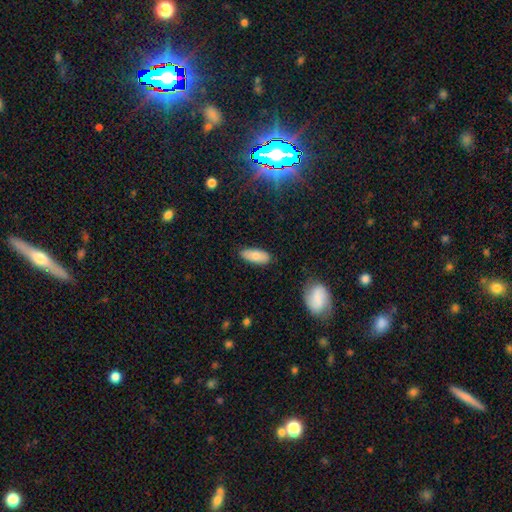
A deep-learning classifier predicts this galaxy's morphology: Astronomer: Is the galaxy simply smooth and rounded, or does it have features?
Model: smooth — 81%.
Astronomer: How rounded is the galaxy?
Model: in between — 82%.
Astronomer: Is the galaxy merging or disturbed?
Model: none — 82%.